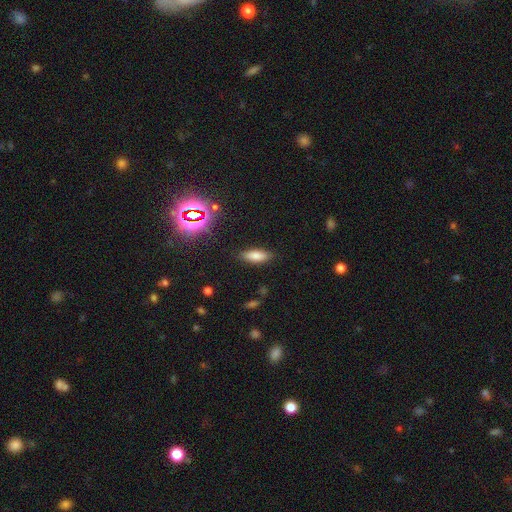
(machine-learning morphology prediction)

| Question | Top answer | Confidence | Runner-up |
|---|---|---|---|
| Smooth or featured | smooth | 76% | star or artifact (12%) |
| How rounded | in between | 63% | cigar-shaped (34%) |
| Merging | none | 86% | minor disturbance (10%) |